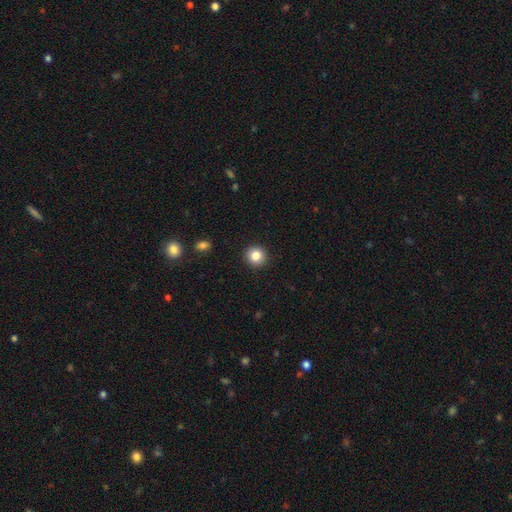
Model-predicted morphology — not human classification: smooth 84%, star or artifact 10%, featured or disk 6%. Down the decision tree: how rounded — round (92%); merging — none (92%).